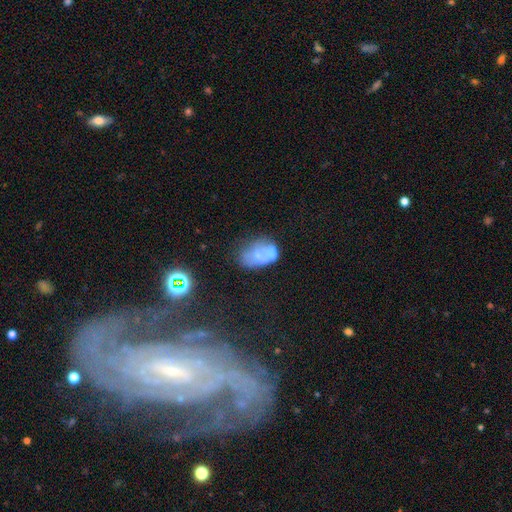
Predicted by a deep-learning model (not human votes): smooth_or_featured: smooth (p=0.46) [alt: featured or disk p=0.41]
merging: merger (p=0.33) [alt: none p=0.29]